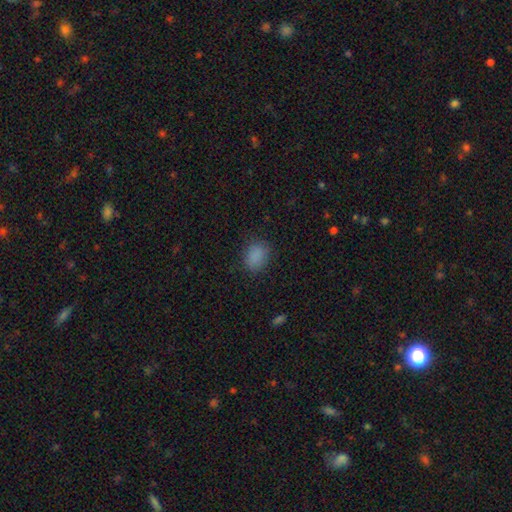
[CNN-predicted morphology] Smooth or featured: smooth — 85% (star or artifact — 11%)
How rounded: in between — 59% (round — 40%)
Merging: none — 80% (minor disturbance — 14%)